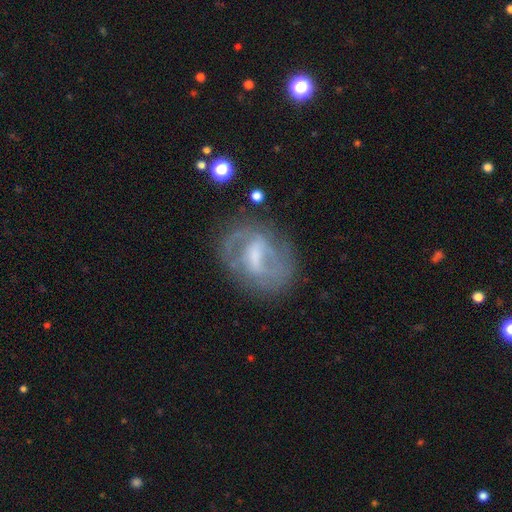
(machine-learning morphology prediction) A featured or disk galaxy (77%) with a weak bar (45%), 2 (66%) medium (45%) spiral arms (76%) and a moderate central bulge (32%).

Vote fractions:
- Smooth or featured? featured or disk: 77% / smooth: 15% / star or artifact: 7%
- Edge-on disk? no: 96% / yes: 4%
- Bar? weak: 45% / strong: 40% / no: 15%
- Spiral arms? yes: 76% / no: 24%
- Spiral winding? medium: 45% / tight: 33% / loose: 21%
- Spiral arm count? 2: 66% / can't tell: 21% / 3: 5% / 1: 5% / 4: 2% / more than 4: 2%
- Bulge size? moderate: 32% / small: 31% / none: 26% / large: 9% / dominant: 1%
- Merging? none: 67% / minor disturbance: 18% / major disturbance: 13% / merger: 2%